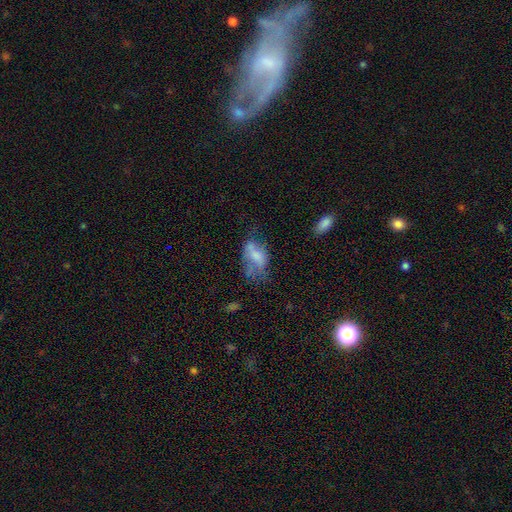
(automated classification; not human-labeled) This appears to be a smooth galaxy with no disk features (52%) that is in between round and cigar-shaped (88%). Merging: major disturbance (32%).